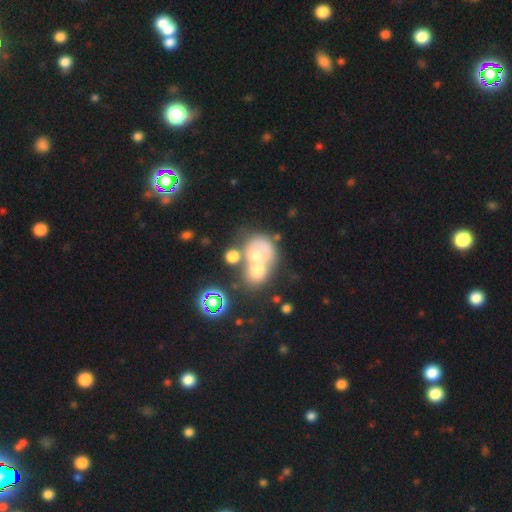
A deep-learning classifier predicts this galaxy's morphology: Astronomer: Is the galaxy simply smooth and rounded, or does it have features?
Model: featured or disk — 42% (runner-up: smooth, 41%).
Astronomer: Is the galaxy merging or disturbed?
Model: merger — 64%.